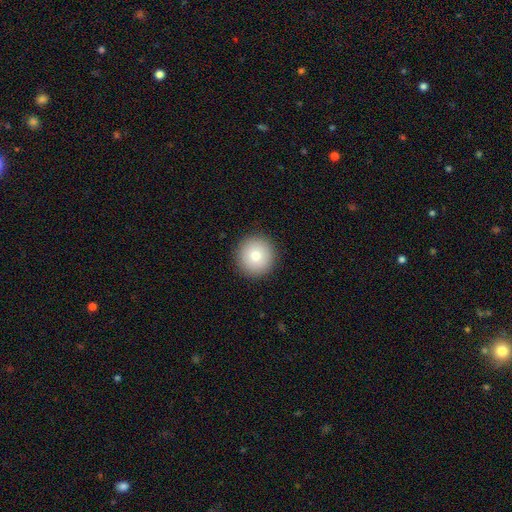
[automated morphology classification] Smooth or featured: smooth — 78% (featured or disk — 12%)
How rounded: round — 96% (in between — 3%)
Merging: none — 92% (minor disturbance — 5%)